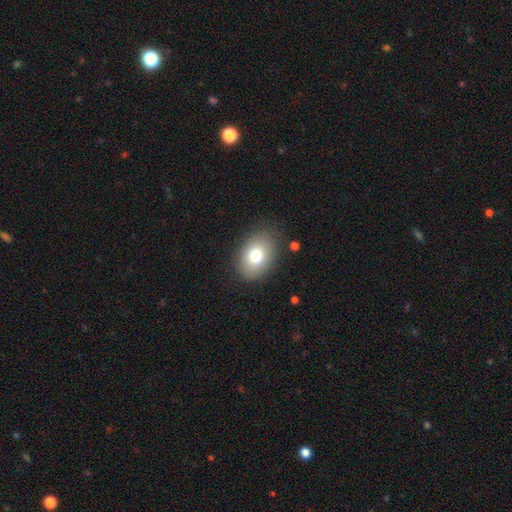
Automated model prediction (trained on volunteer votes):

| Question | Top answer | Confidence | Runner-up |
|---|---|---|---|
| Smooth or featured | smooth | 78% | featured or disk (13%) |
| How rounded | in between | 80% | round (19%) |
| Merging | none | 84% | minor disturbance (11%) |